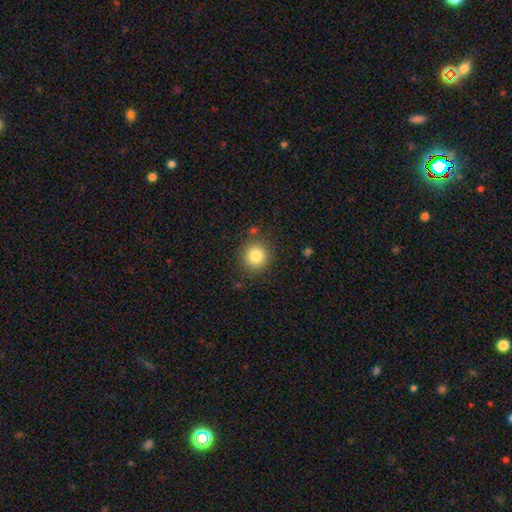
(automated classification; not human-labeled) smooth_or_featured: smooth (p=0.82) [alt: star or artifact p=0.11]
how_rounded: round (p=0.90) [alt: in between p=0.09]
merging: none (p=0.85) [alt: minor disturbance p=0.09]